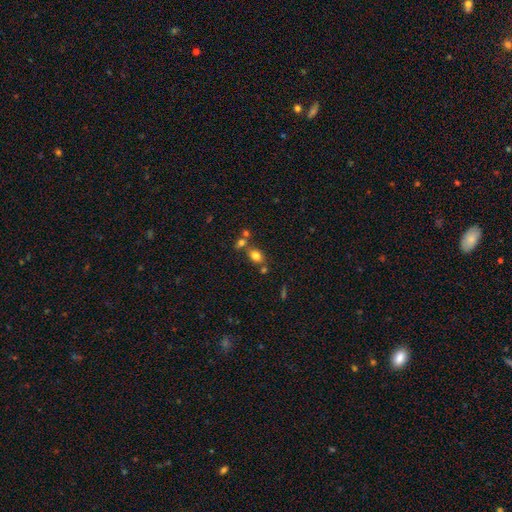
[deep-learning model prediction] A smooth galaxy with no disk features (78%) that is in between round and cigar-shaped (56%). Merging: none (60%).